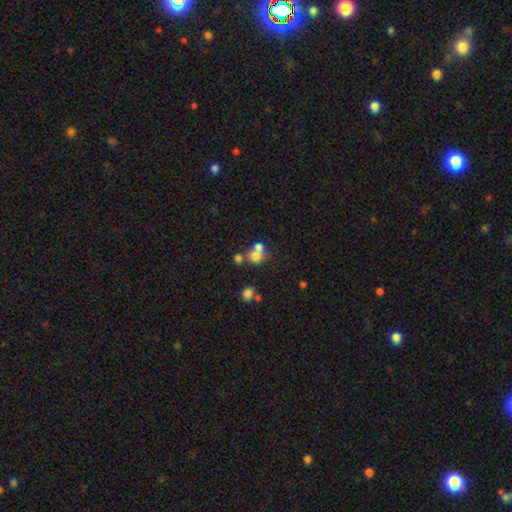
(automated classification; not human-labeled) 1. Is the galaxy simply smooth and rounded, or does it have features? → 69% smooth, 15% star or artifact, 15% featured or disk.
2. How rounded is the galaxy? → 81% round, 18% in between, 1% cigar-shaped.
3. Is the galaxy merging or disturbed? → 50% merger, 39% none, 7% minor disturbance, 5% major disturbance.